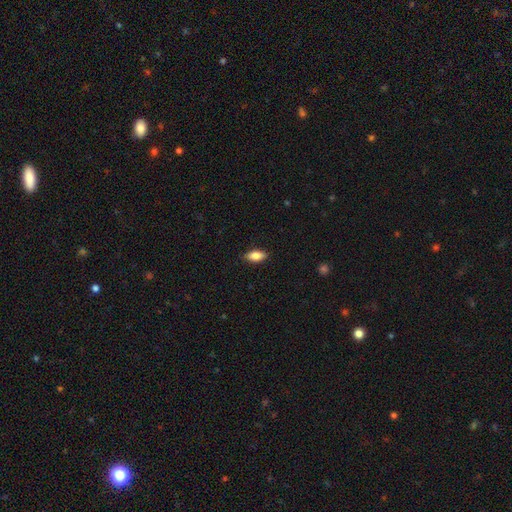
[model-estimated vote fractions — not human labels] The model was most divided on "smooth or featured": smooth: 83%, featured or disk: 10%, star or artifact: 7%. More confident: how rounded — in between (87%); merging — none (87%).